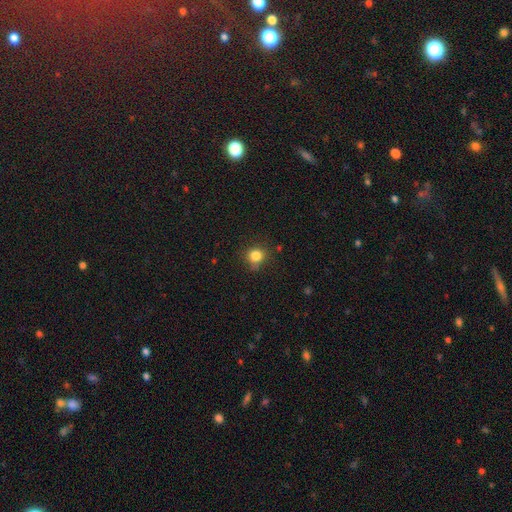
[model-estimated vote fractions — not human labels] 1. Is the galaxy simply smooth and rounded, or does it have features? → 83% smooth, 12% star or artifact, 5% featured or disk.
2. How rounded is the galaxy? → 86% round, 13% in between, 1% cigar-shaped.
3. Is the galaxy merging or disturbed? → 77% none, 16% minor disturbance, 4% major disturbance, 2% merger.